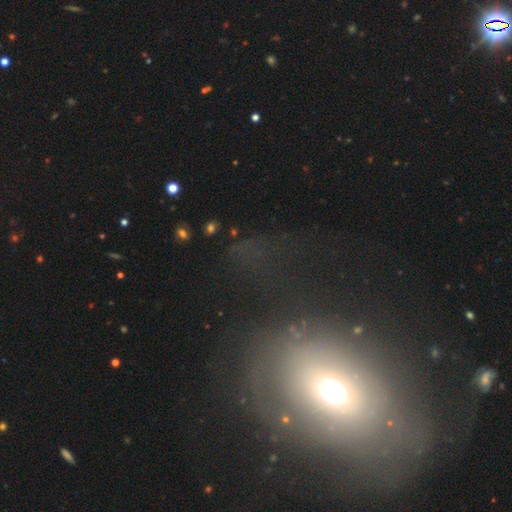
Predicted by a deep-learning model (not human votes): A smooth galaxy with no disk features (40%). Merging: none (56%).